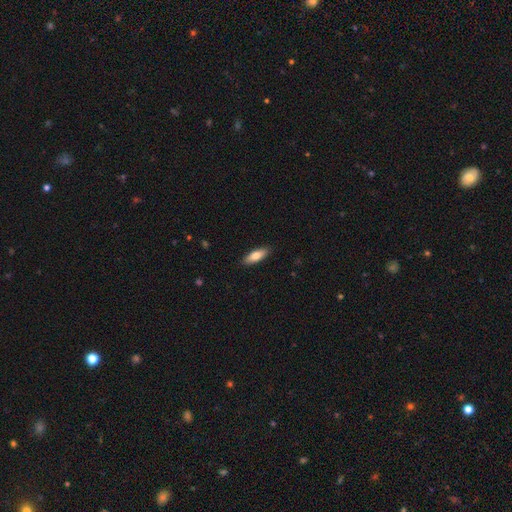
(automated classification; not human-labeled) smooth_or_featured: smooth (p=0.75) [alt: featured or disk p=0.19]
how_rounded: in between (p=0.63) [alt: cigar-shaped p=0.35]
merging: none (p=0.89) [alt: minor disturbance p=0.08]